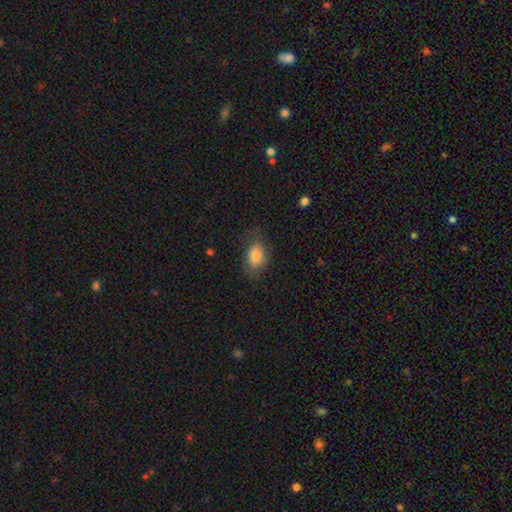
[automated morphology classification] Smooth or featured? Predicted: smooth (p=0.79). How rounded? Predicted: in between (p=0.83). Merging? Predicted: none (p=0.66).